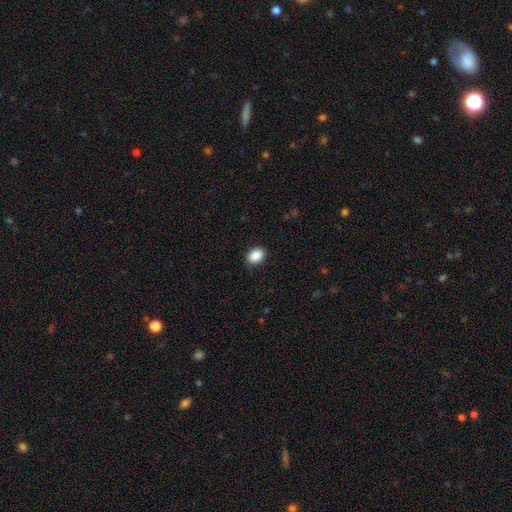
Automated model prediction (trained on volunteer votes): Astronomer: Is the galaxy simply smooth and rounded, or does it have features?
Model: smooth — 89%.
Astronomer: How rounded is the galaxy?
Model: in between — 67%.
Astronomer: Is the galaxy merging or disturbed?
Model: none — 88%.